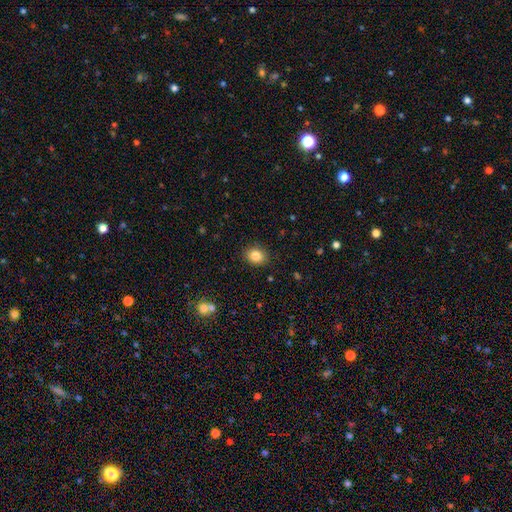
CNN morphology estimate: smooth-or-featured: smooth: 85% | star or artifact: 10% | featured or disk: 6%
  how-rounded: round: 56% | in between: 43% | cigar-shaped: 1%
  merging: none: 88% | minor disturbance: 8% | major disturbance: 2% | merger: 1%